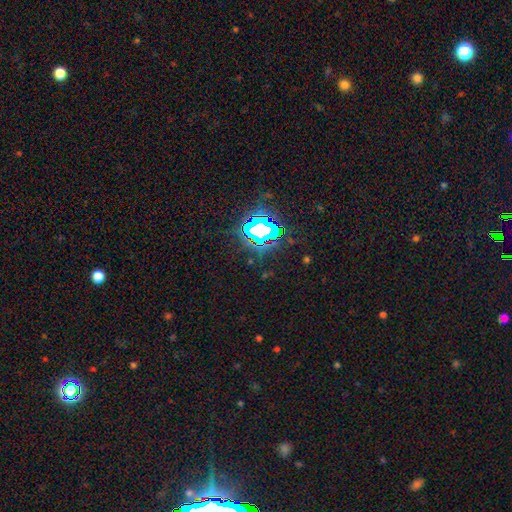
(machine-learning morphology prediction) This is likely a star or artifact rather than a galaxy (79%).